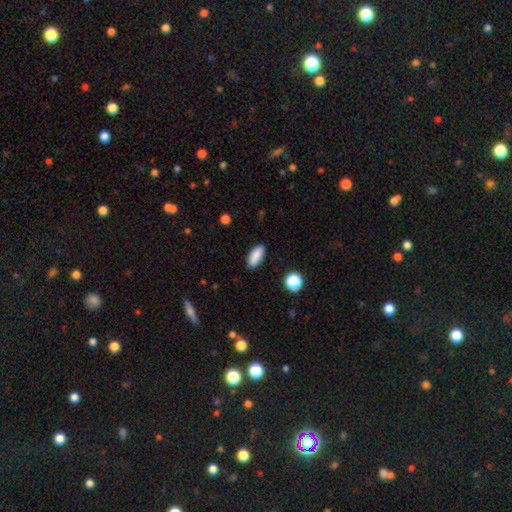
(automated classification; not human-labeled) smooth 88%, star or artifact 7%, featured or disk 4%. Down the decision tree: how rounded — in between (84%); merging — none (89%).